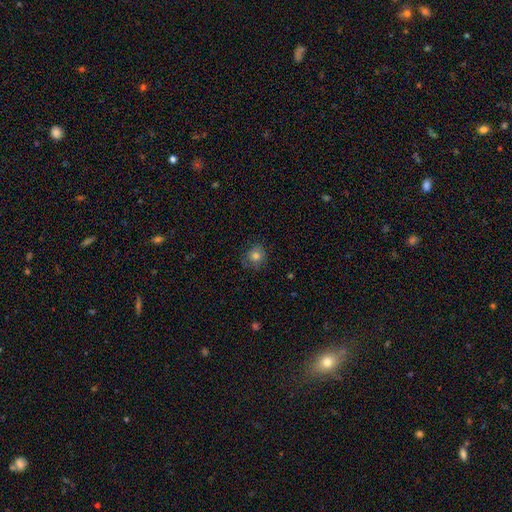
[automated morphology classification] type=smooth (76%); roundness=round (85%); merging=none (78%).